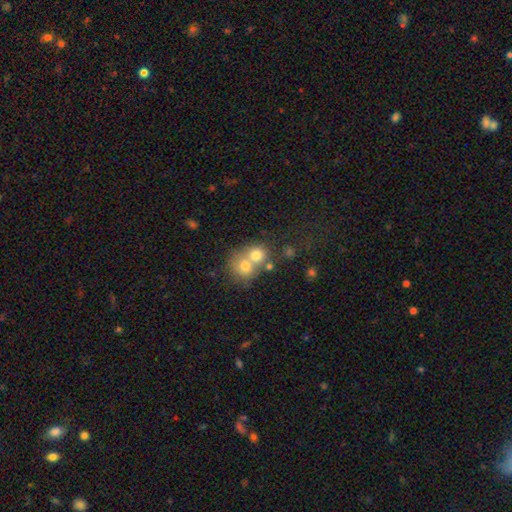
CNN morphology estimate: Smooth or featured: smooth — 70% (featured or disk — 19%)
How rounded: round — 76% (in between — 23%)
Merging: merger — 64% (none — 28%)